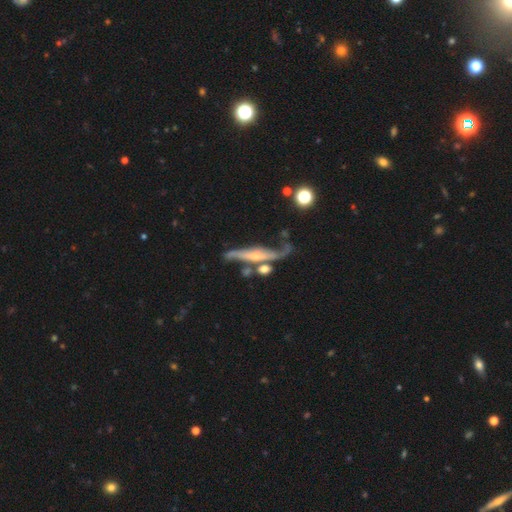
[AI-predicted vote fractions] Q: Smooth or featured?
A: featured or disk (78%); runner-up: smooth (16%)
Q: Edge-on disk?
A: yes (64%); runner-up: no (36%)
Q: Merging?
A: none (45%); runner-up: minor disturbance (22%)